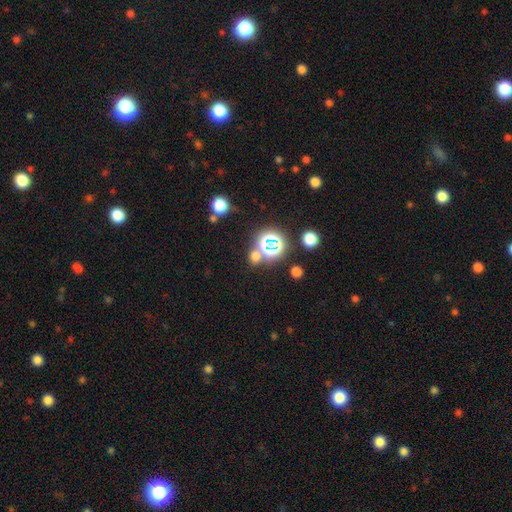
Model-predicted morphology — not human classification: Smooth or featured: smooth — 48% (star or artifact — 45%)
Merging: none — 69% (merger — 17%)